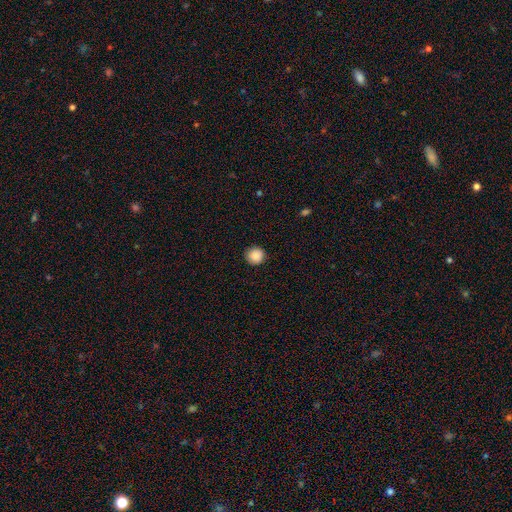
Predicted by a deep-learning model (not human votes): Smooth or featured? smooth (88%)
How rounded? round (95%)
Merging? none (91%)